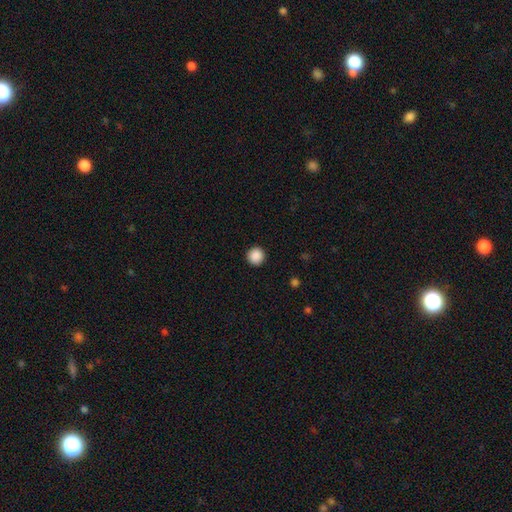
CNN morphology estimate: type=smooth (89%); roundness=round (96%); merging=none (93%).